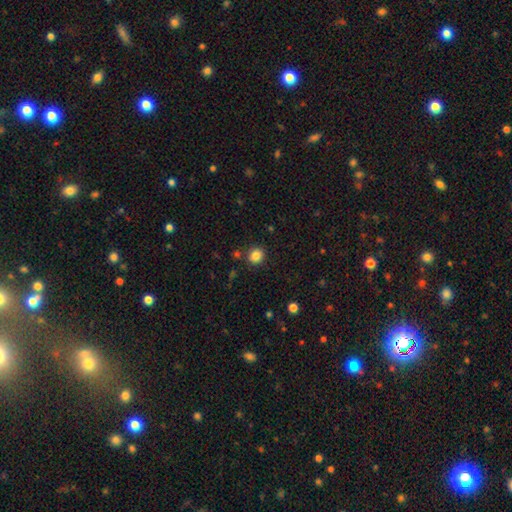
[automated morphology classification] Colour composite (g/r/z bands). It shows a smooth galaxy with no disk features (84%) that is round (82%). Merging: none (86%).